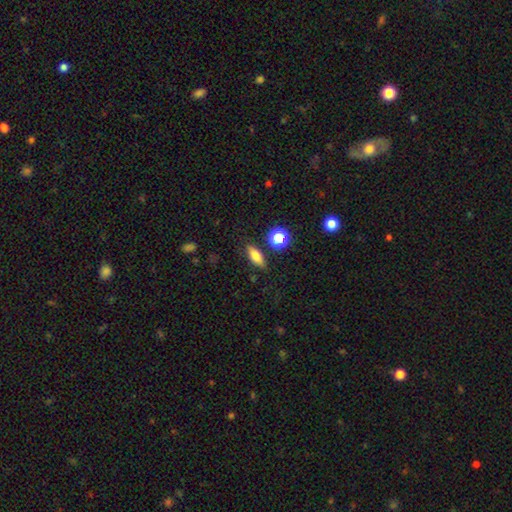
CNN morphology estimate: Q: Smooth or featured?
A: smooth (73%); runner-up: featured or disk (15%)
Q: How rounded?
A: in between (63%); runner-up: cigar-shaped (28%)
Q: Merging?
A: none (83%); runner-up: minor disturbance (11%)